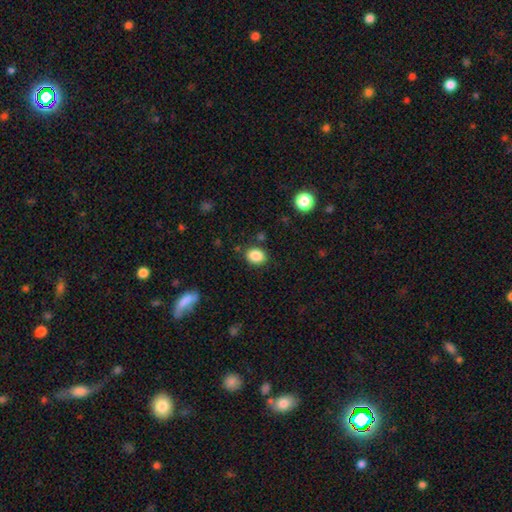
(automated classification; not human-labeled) Morphology: type=smooth (87%); roundness=in between (59%); merging=none (84%).